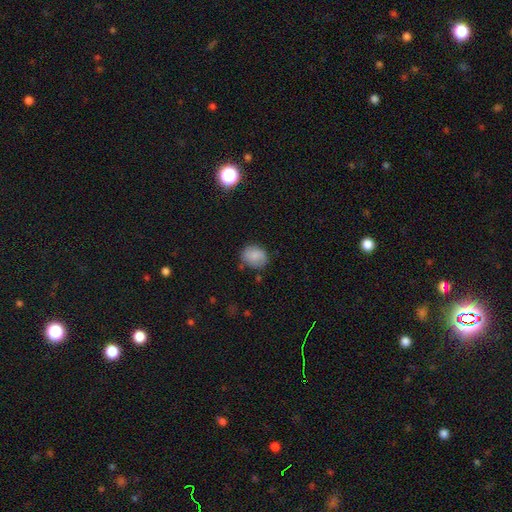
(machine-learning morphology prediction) smooth_or_featured: smooth (p=0.79) [alt: featured or disk p=0.11]
how_rounded: round (p=0.60) [alt: in between p=0.38]
merging: none (p=0.71) [alt: minor disturbance p=0.21]